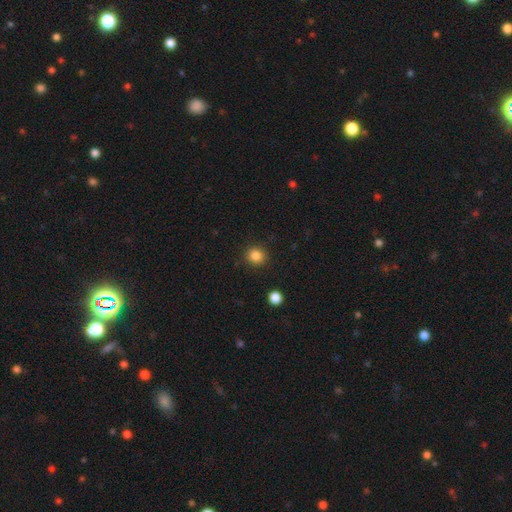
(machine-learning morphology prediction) smooth 85%, star or artifact 11%, featured or disk 4%. Down the decision tree: how rounded — round (87%); merging — none (90%).